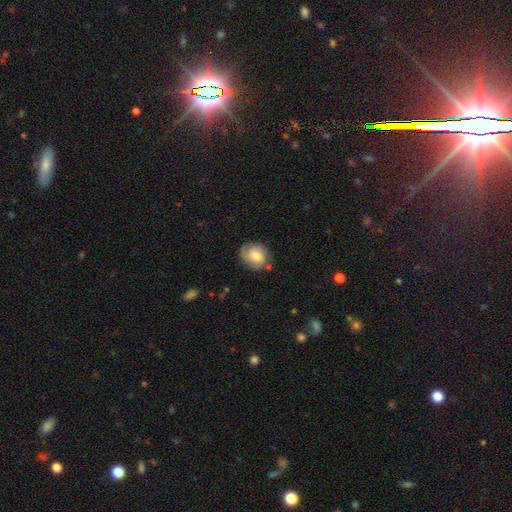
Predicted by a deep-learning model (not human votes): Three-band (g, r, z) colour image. It shows a smooth galaxy with no disk features (48%). Merging: none (66%).